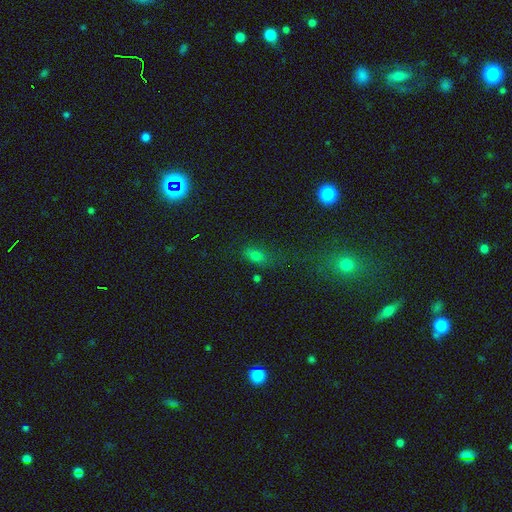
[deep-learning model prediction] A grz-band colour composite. It shows a smooth galaxy with no disk features (63%) that is in between round and cigar-shaped (73%). Merging: none (61%).